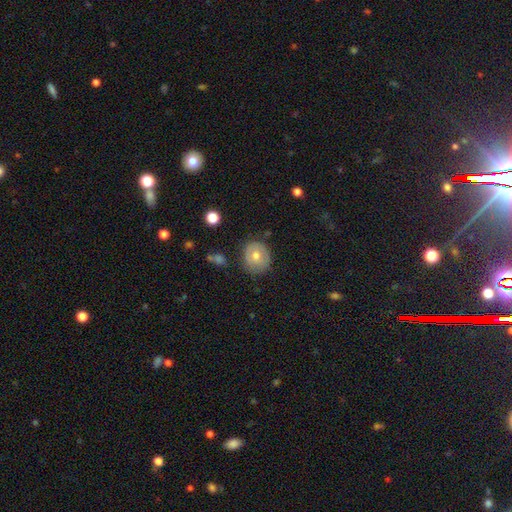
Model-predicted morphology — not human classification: This is likely a smooth galaxy (60%). How rounded: clearly round (81%). Merging: likely none (80%).